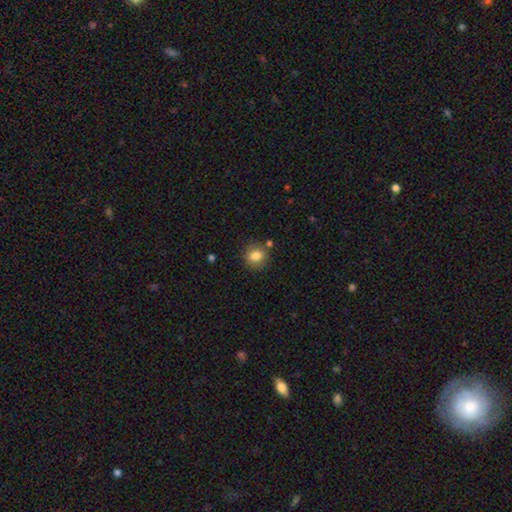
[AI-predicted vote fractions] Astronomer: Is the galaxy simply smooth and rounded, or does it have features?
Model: smooth — 82%.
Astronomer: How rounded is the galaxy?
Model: round — 78%.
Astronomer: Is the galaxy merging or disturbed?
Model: none — 81%.